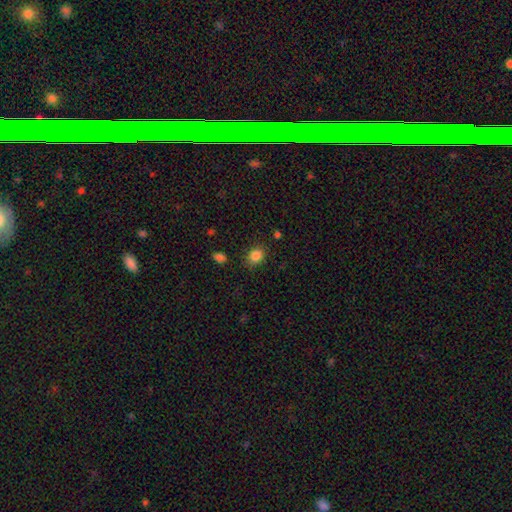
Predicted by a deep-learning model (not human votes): Smooth or featured? Predicted: smooth (p=0.86). How rounded? Predicted: in between (p=0.60). Merging? Predicted: none (p=0.81).